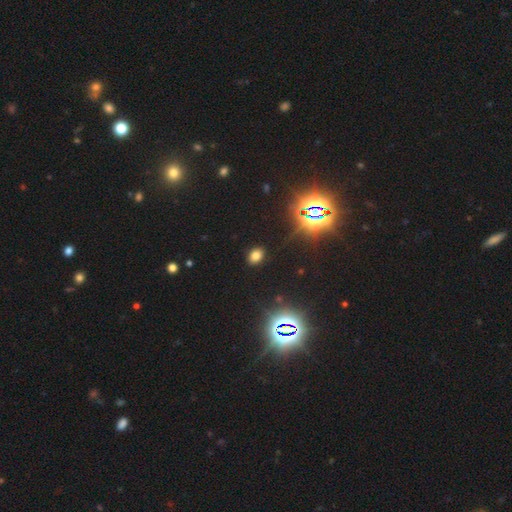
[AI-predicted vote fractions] A smooth galaxy with no disk features (69%) that is in between round and cigar-shaped (73%).

Vote fractions:
- Smooth or featured? smooth: 69% / star or artifact: 25% / featured or disk: 7%
- How rounded? in between: 73% / round: 25% / cigar-shaped: 1%
- Merging? none: 88% / minor disturbance: 8% / major disturbance: 2% / merger: 1%